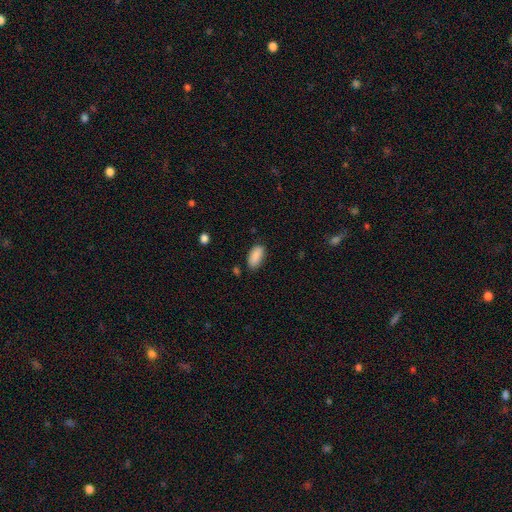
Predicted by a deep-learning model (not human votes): Smooth or featured: smooth — 90% (star or artifact — 7%)
How rounded: in between — 91% (cigar-shaped — 6%)
Merging: none — 81% (minor disturbance — 14%)